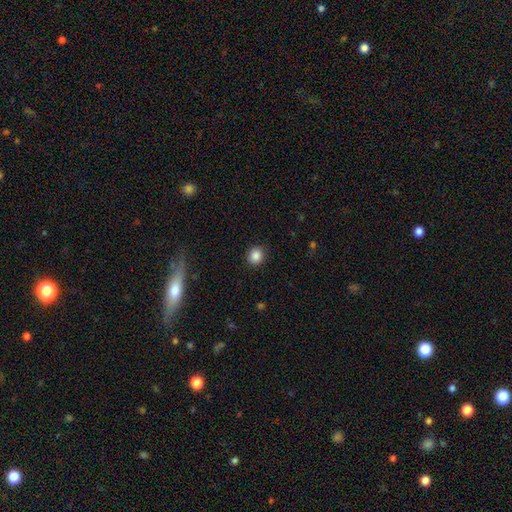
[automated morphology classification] Q: Smooth or featured?
A: smooth (86%); runner-up: star or artifact (10%)
Q: How rounded?
A: round (79%); runner-up: in between (20%)
Q: Merging?
A: none (89%); runner-up: minor disturbance (7%)